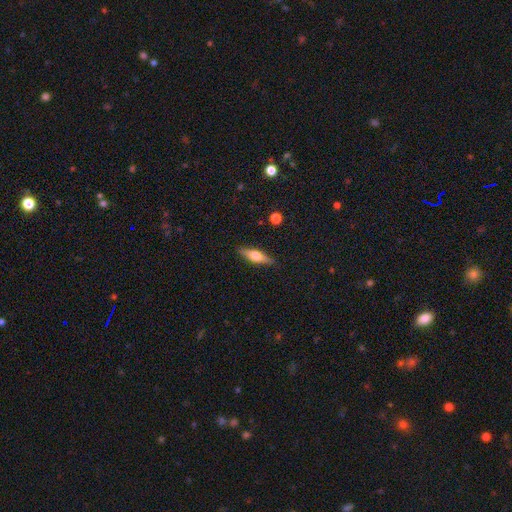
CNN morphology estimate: Overall: featured or disk (47%; smooth 46%). Merging: none (87%).